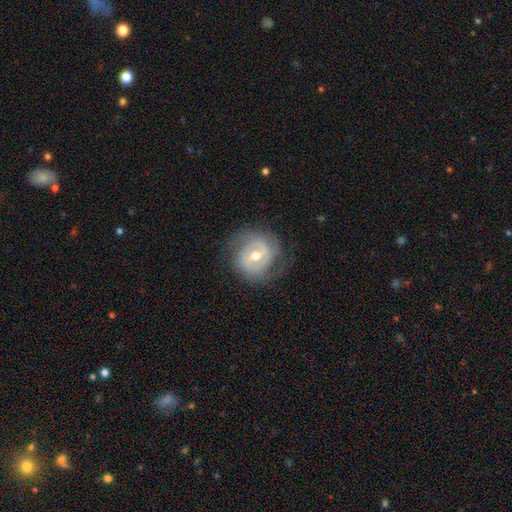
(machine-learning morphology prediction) The model was most divided on "spiral winding": tight: 52%, medium: 34%, loose: 14%. Remaining: edge-on disk — no (97%); spiral arms — yes (78%); smooth or featured — featured or disk (74%); bulge size — moderate (72%); merging — none (69%); spiral arm count — 2 (57%); bar — weak (49%).